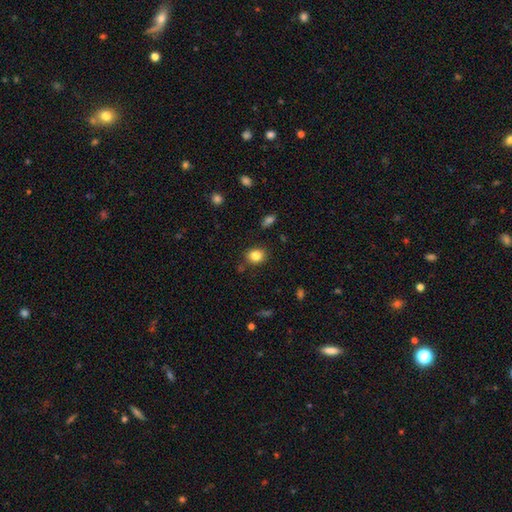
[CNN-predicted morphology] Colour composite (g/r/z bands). It shows a smooth galaxy with no disk features (83%) that is round (62%). Merging: none (82%).